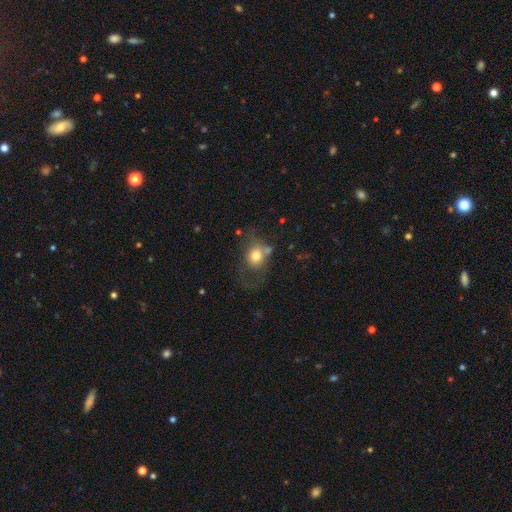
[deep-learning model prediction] smooth-or-featured: smooth: 71% | featured or disk: 18% | star or artifact: 11%
  how-rounded: round: 64% | in between: 35% | cigar-shaped: 1%
  merging: none: 40% | major disturbance: 27% | minor disturbance: 22% | merger: 12%